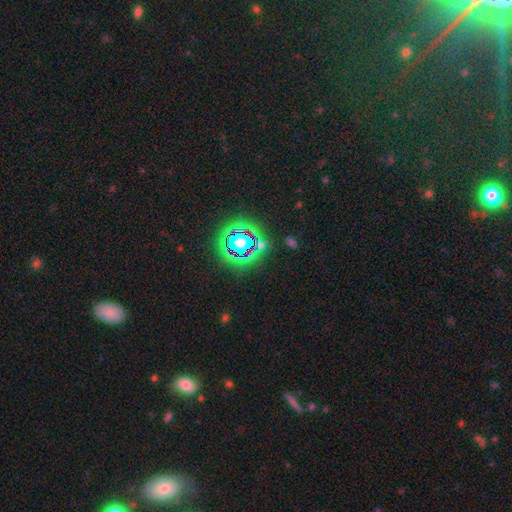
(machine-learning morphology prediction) The model was most divided on "smooth or featured": star or artifact: 78%, smooth: 14%, featured or disk: 8%.